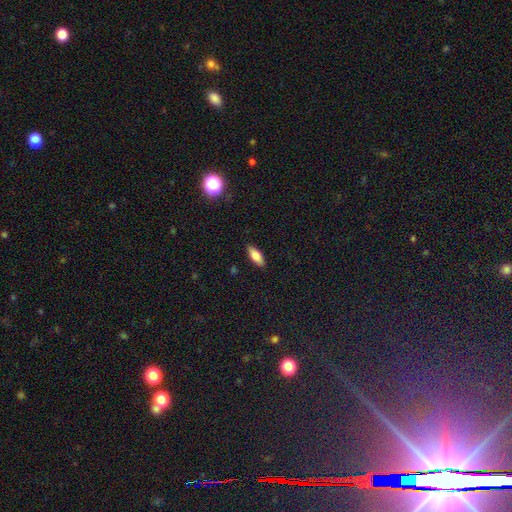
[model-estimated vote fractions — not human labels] This appears to be a smooth galaxy with no disk features (79%) that is in between round and cigar-shaped (77%). Merging: none (88%).